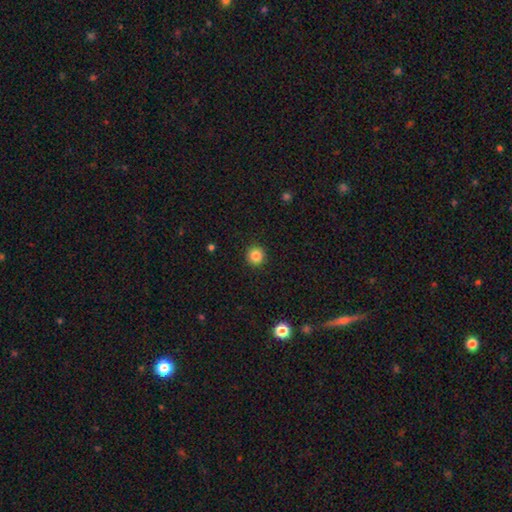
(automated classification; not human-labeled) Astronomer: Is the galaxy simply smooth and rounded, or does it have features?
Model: smooth — 85%.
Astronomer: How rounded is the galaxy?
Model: round — 95%.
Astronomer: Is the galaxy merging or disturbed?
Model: none — 92%.